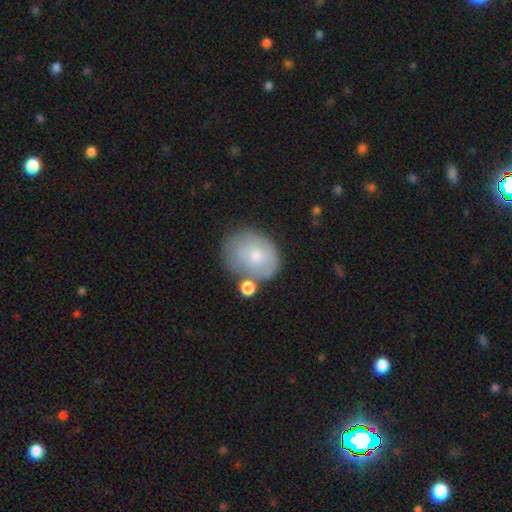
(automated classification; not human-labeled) Smooth or featured? smooth (55%)
How rounded? round (53%)
Merging? none (54%)